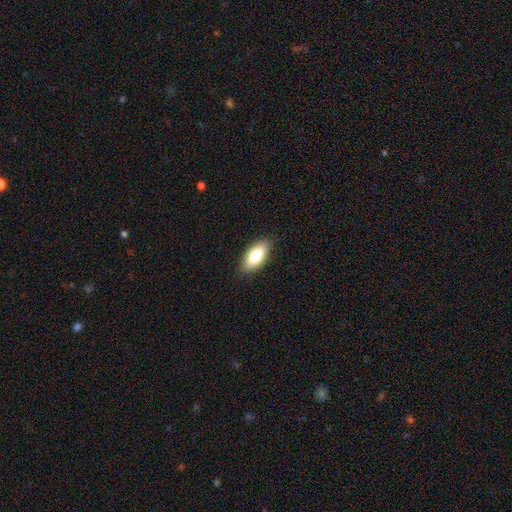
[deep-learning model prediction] This is clearly a smooth galaxy (82%). How rounded: clearly in between (89%). Merging: clearly none (86%).